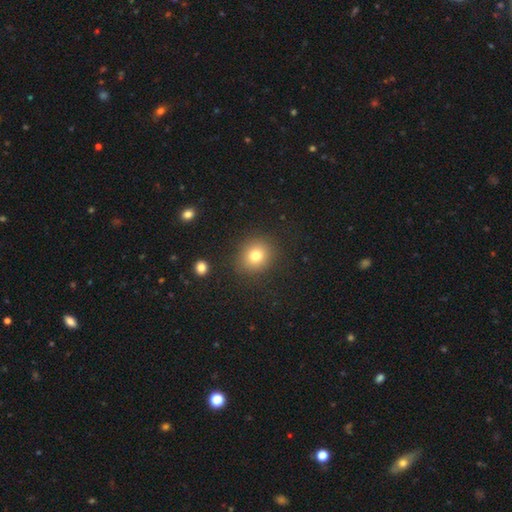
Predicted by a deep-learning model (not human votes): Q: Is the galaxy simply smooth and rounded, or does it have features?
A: smooth — 78%.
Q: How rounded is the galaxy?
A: round — 79%.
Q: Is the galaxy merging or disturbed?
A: none — 87%.